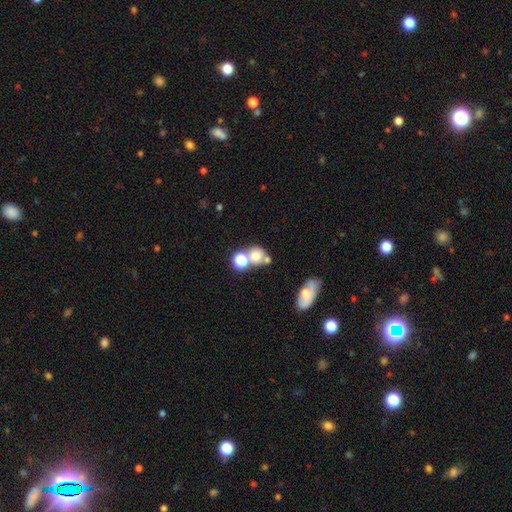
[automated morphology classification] A smooth galaxy with no disk features (67%) that is round (71%).

Vote fractions:
- Smooth or featured? smooth: 67% / featured or disk: 18% / star or artifact: 15%
- How rounded? round: 71% / in between: 28% / cigar-shaped: 2%
- Merging? merger: 45% / none: 40% / minor disturbance: 9% / major disturbance: 5%